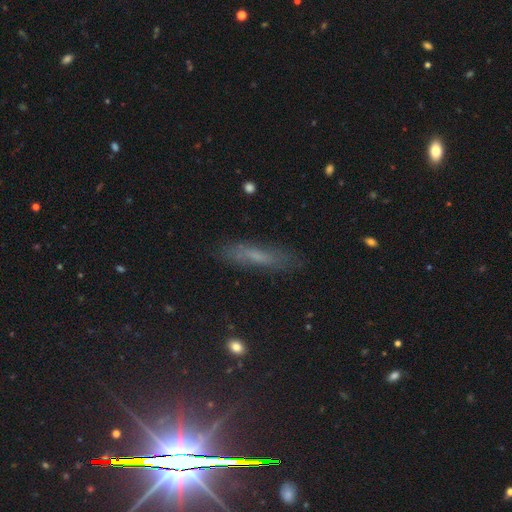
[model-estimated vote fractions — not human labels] smooth_or_featured: smooth (p=0.46) [alt: featured or disk p=0.36]
merging: none (p=0.76) [alt: minor disturbance p=0.16]